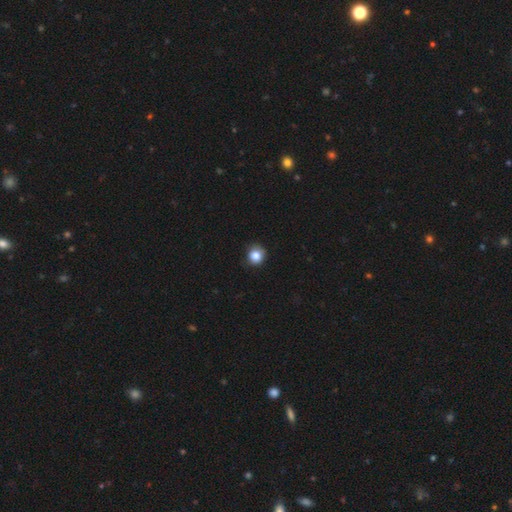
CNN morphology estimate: A smooth galaxy with no disk features (84%) that is round (89%). Merging: none (83%).